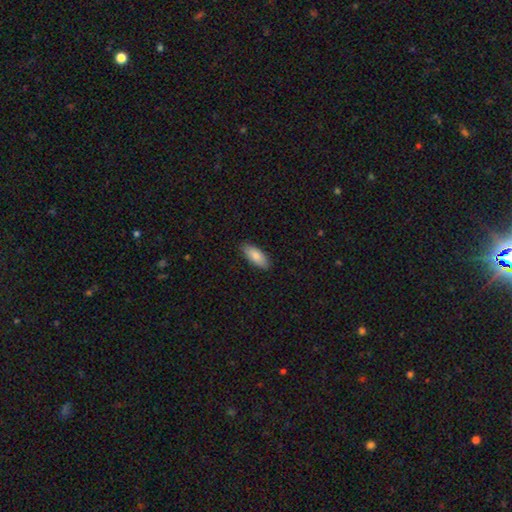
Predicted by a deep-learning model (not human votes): smooth-or-featured: smooth: 84% | featured or disk: 11% | star or artifact: 6%
  how-rounded: in between: 81% | cigar-shaped: 17% | round: 2%
  merging: none: 88% | minor disturbance: 9% | major disturbance: 2% | merger: 1%